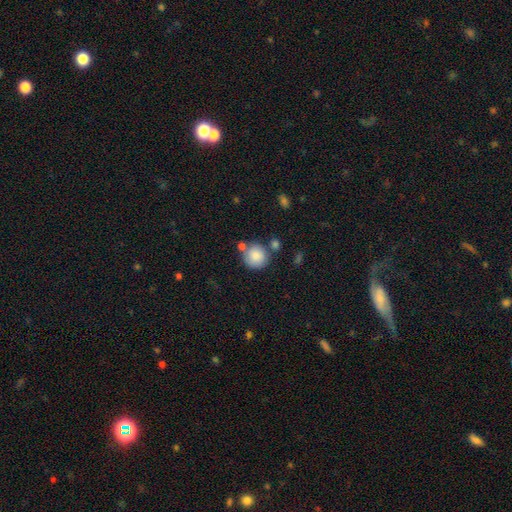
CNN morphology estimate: smooth-or-featured: smooth: 85% | star or artifact: 8% | featured or disk: 7%
  how-rounded: round: 91% | in between: 8% | cigar-shaped: 1%
  merging: none: 68% | merger: 15% | minor disturbance: 13% | major disturbance: 4%